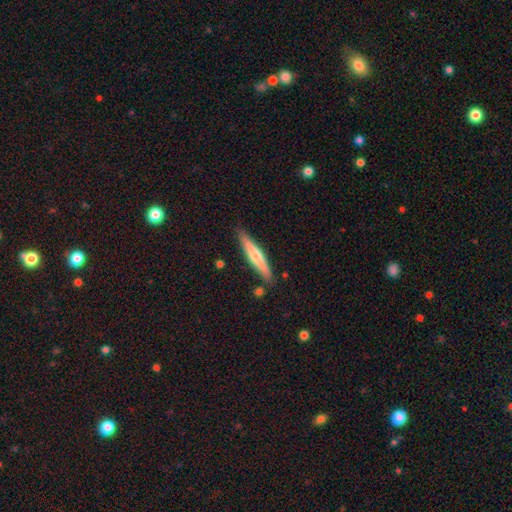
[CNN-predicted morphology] Smooth or featured?
  - smooth: 49% *
  - featured or disk: 46%
  - star or artifact: 5%
Merging?
  - none: 85% *
  - minor disturbance: 10%
  - merger: 3%
  - major disturbance: 2%